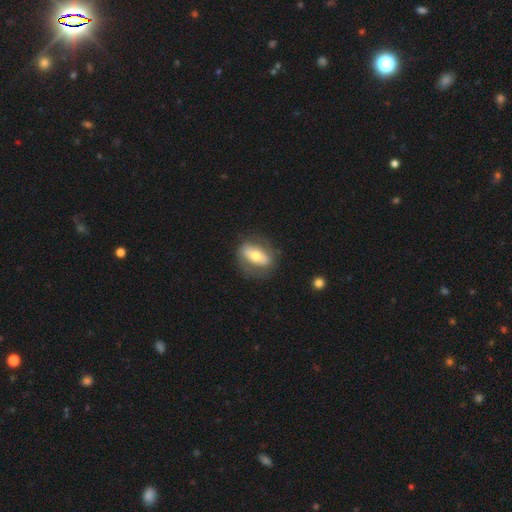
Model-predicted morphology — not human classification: Q: Smooth or featured?
A: featured or disk (49%); runner-up: smooth (45%)
Q: Merging?
A: none (73%); runner-up: minor disturbance (16%)